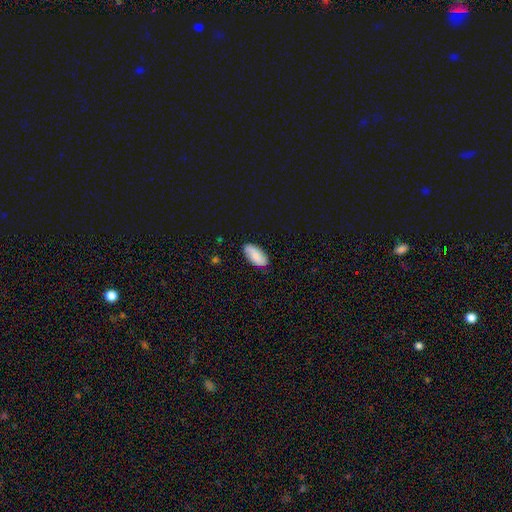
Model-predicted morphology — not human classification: type=smooth (80%); roundness=in between (90%); merging=none (82%).